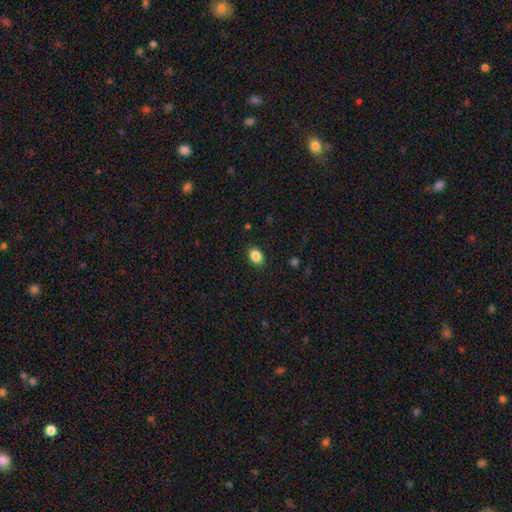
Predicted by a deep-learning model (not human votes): Smooth or featured?
  - smooth: 87% *
  - star or artifact: 9%
  - featured or disk: 4%
How rounded?
  - in between: 68% *
  - round: 32%
  - cigar-shaped: 1%
Merging?
  - none: 89% *
  - minor disturbance: 8%
  - major disturbance: 2%
  - merger: 1%